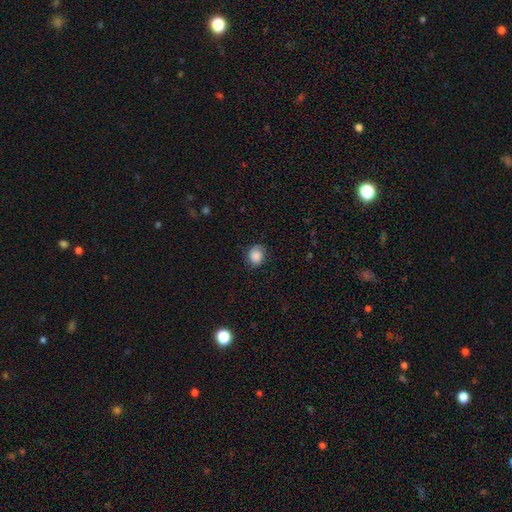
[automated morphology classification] A smooth galaxy with no disk features (81%) that is round (72%). Merging: none (74%).